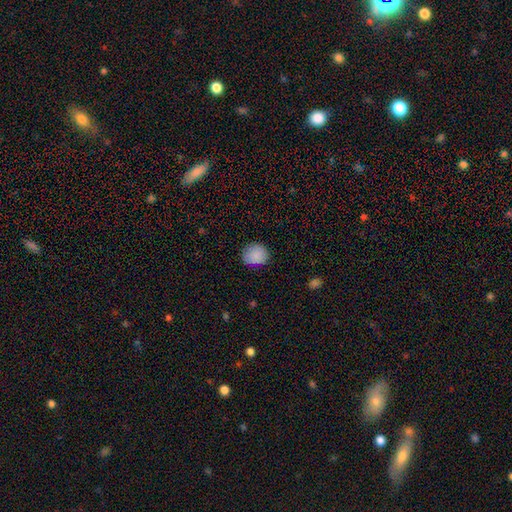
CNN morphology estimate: Overall: smooth (87%). How rounded: round (74%). Merging: none (79%).